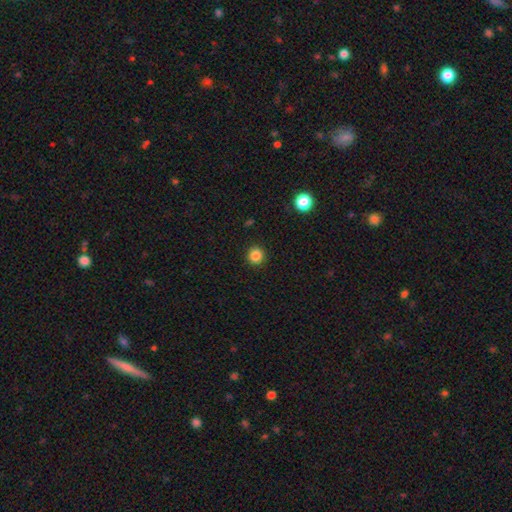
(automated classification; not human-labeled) Smooth or featured: smooth — 85% (star or artifact — 11%)
How rounded: round — 91% (in between — 8%)
Merging: none — 92% (minor disturbance — 5%)